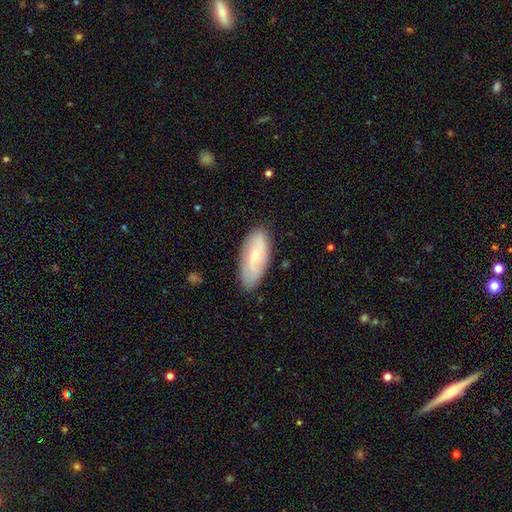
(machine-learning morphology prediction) smooth_or_featured: smooth (p=0.52) [alt: featured or disk p=0.42]
how_rounded: in between (p=0.85) [alt: cigar-shaped p=0.13]
merging: none (p=0.81) [alt: minor disturbance p=0.15]